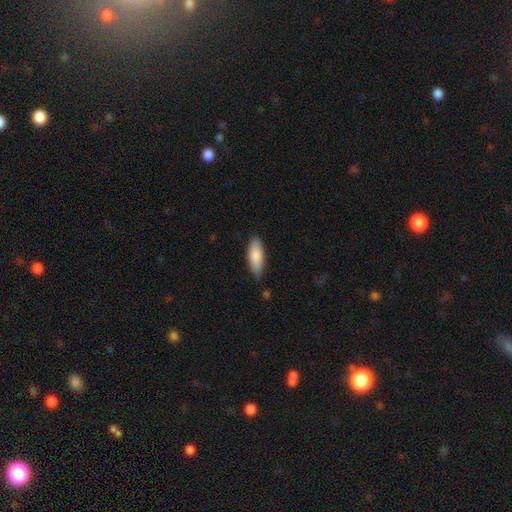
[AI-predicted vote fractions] Overall: smooth (85%). How rounded: in between (70%). Merging: none (74%).